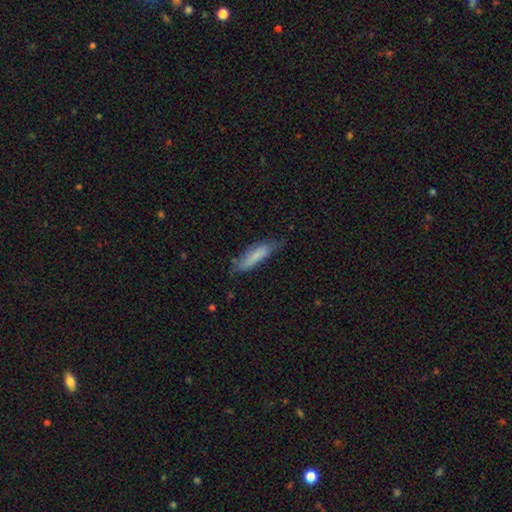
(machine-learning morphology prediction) smooth-or-featured: smooth: 72% | featured or disk: 22% | star or artifact: 6%
  how-rounded: cigar-shaped: 67% | in between: 32% | round: 1%
  merging: none: 62% | minor disturbance: 29% | major disturbance: 7% | merger: 2%